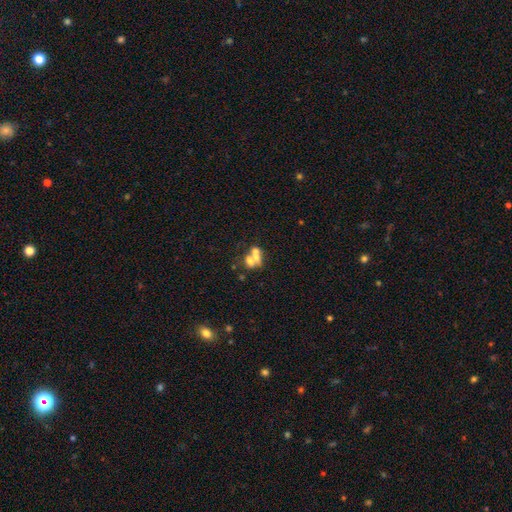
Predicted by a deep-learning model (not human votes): smooth-or-featured: smooth: 55% | featured or disk: 32% | star or artifact: 14%
  how-rounded: in between: 57% | round: 39% | cigar-shaped: 4%
  merging: merger: 64% | none: 24% | minor disturbance: 7% | major disturbance: 6%